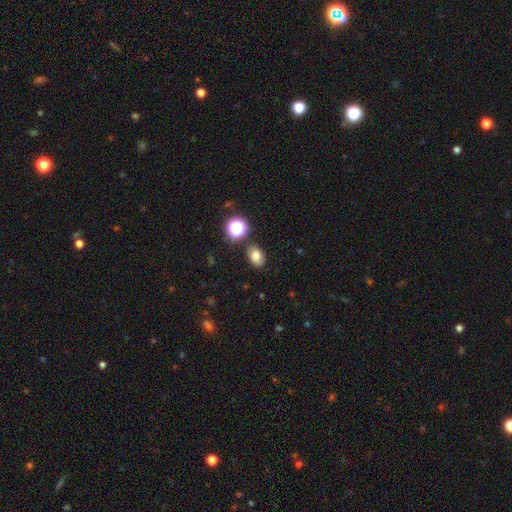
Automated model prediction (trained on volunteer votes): Smooth or featured?
  - smooth: 77% *
  - star or artifact: 14%
  - featured or disk: 9%
How rounded?
  - in between: 75% *
  - round: 23%
  - cigar-shaped: 1%
Merging?
  - none: 83% *
  - minor disturbance: 10%
  - merger: 4%
  - major disturbance: 3%